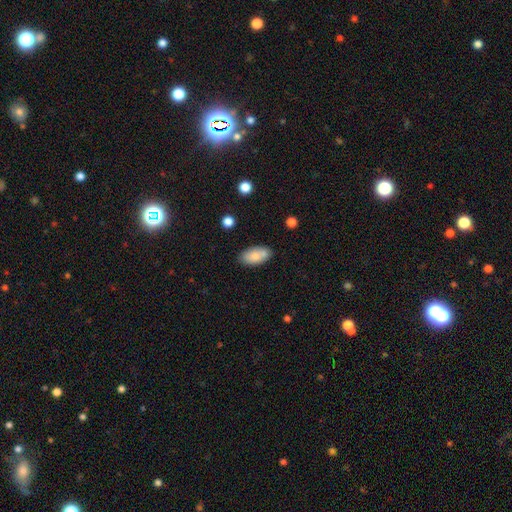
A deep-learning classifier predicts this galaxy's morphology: smooth-or-featured: smooth: 80% | featured or disk: 13% | star or artifact: 7%
  how-rounded: in between: 93% | cigar-shaped: 4% | round: 3%
  merging: none: 70% | minor disturbance: 16% | merger: 11% | major disturbance: 4%